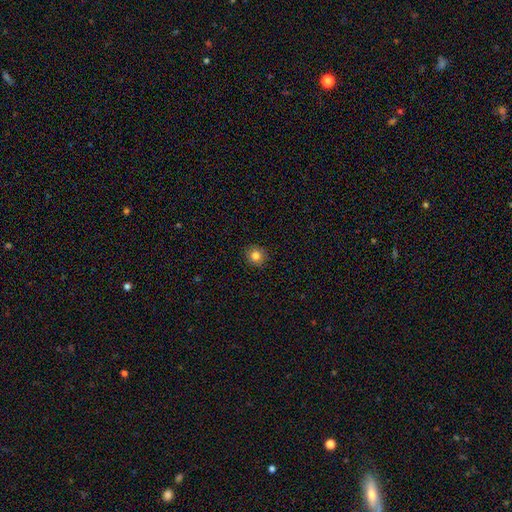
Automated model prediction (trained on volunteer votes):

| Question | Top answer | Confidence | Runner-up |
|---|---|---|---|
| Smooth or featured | smooth | 82% | star or artifact (11%) |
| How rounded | round | 89% | in between (10%) |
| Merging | none | 92% | minor disturbance (6%) |